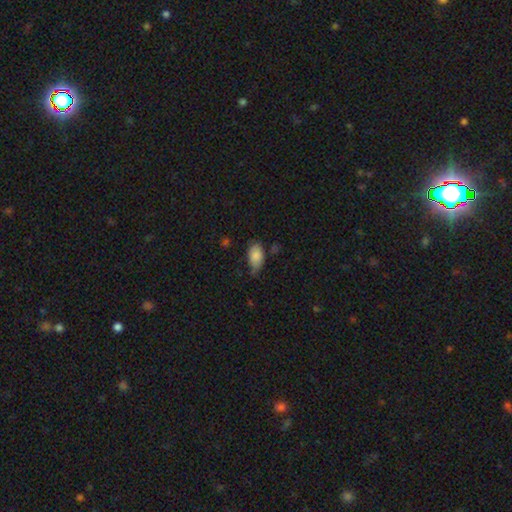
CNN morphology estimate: This appears to be a smooth galaxy with no disk features (85%) that is in between round and cigar-shaped (92%). Merging: none (56%).